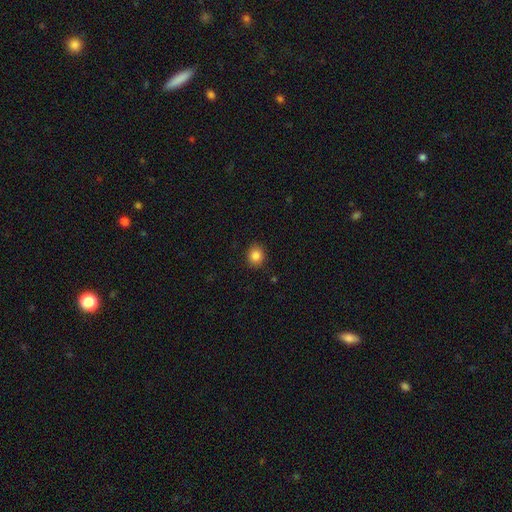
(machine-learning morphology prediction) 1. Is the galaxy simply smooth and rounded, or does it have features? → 84% smooth, 10% star or artifact, 5% featured or disk.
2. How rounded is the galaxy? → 73% round, 26% in between, 1% cigar-shaped.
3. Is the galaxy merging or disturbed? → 88% none, 8% minor disturbance, 2% major disturbance, 1% merger.